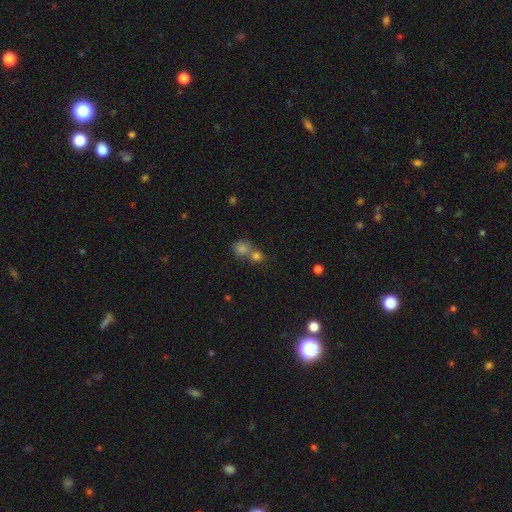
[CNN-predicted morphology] The model was most divided on "merging": merger: 53%, none: 38%, minor disturbance: 6%, major disturbance: 3%. More confident: how rounded — round (79%); smooth or featured — smooth (73%).